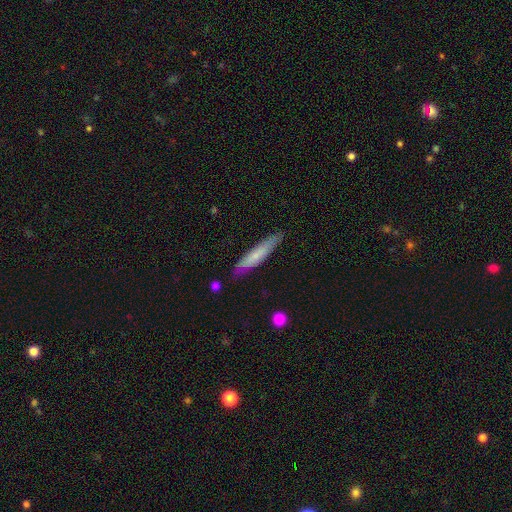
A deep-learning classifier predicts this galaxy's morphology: A smooth galaxy with no disk features (58%) that is cigar-shaped (90%).

Vote fractions:
- Smooth or featured? smooth: 58% / featured or disk: 36% / star or artifact: 6%
- How rounded? cigar-shaped: 90% / in between: 9% / round: 1%
- Merging? none: 81% / minor disturbance: 15% / major disturbance: 2% / merger: 2%